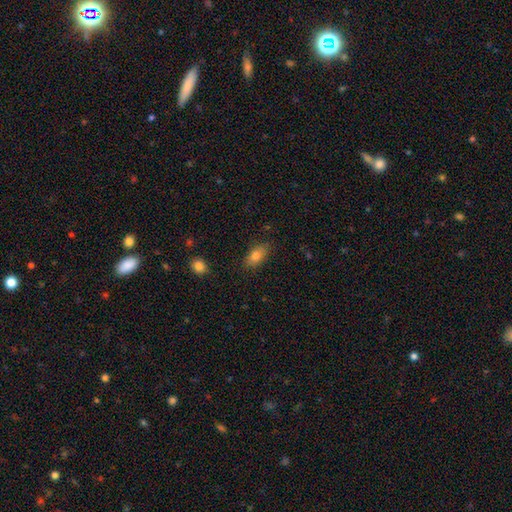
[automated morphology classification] smooth_or_featured: smooth (p=0.80) [alt: featured or disk p=0.12]
how_rounded: in between (p=0.86) [alt: cigar-shaped p=0.07]
merging: none (p=0.82) [alt: minor disturbance p=0.14]